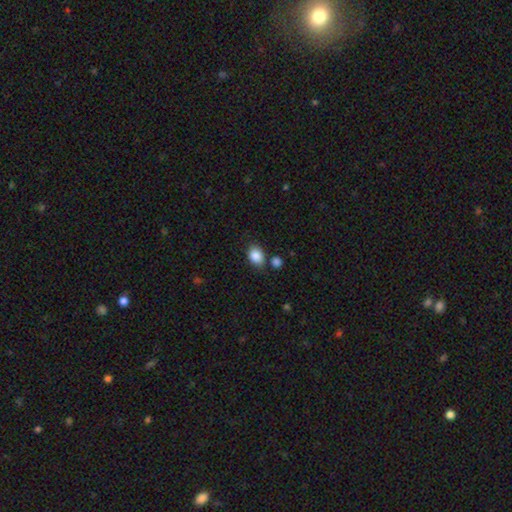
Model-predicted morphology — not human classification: smooth 87%, star or artifact 8%, featured or disk 4%. Down the decision tree: how rounded — in between (70%); merging — none (73%).